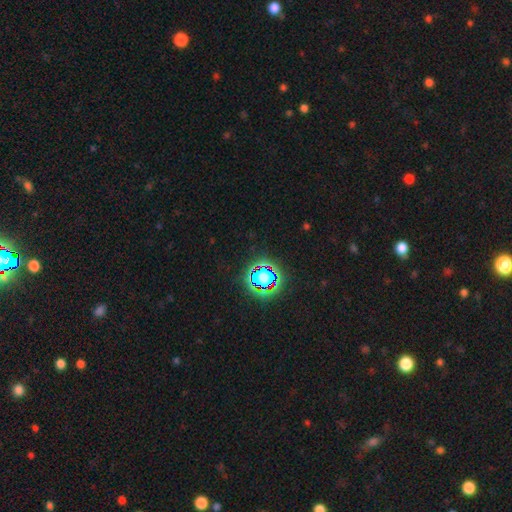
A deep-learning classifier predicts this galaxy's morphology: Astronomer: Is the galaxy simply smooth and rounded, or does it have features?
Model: star or artifact — 82%.